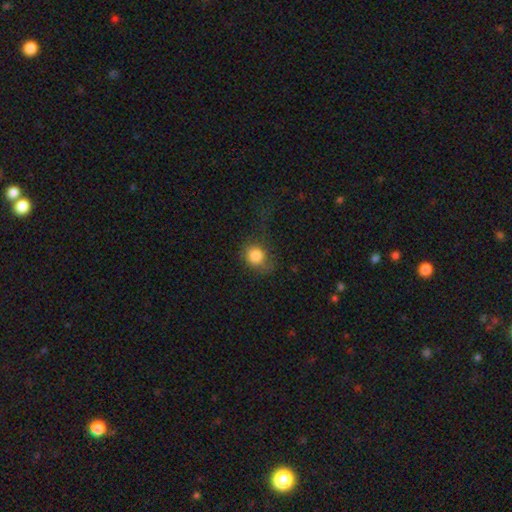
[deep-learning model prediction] Smooth or featured? smooth (82%)
How rounded? round (75%)
Merging? none (51%)